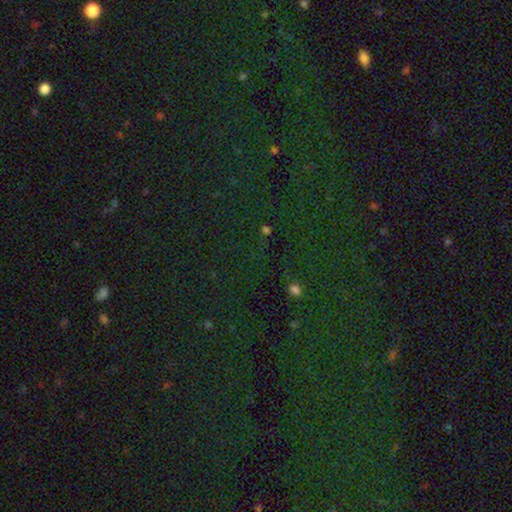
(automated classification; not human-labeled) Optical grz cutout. It shows a star or artifact, not a galaxy (82%).